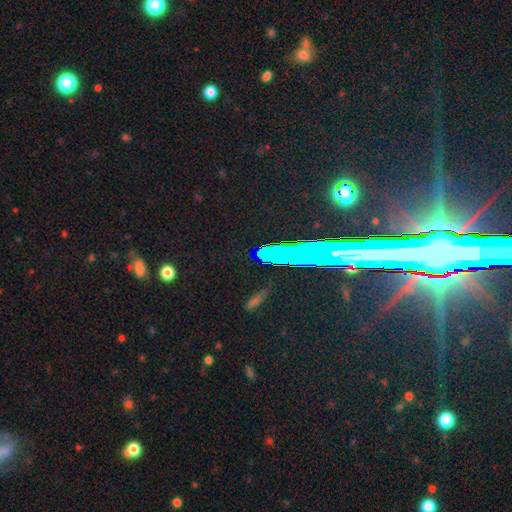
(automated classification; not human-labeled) Smooth or featured? star or artifact (74%)